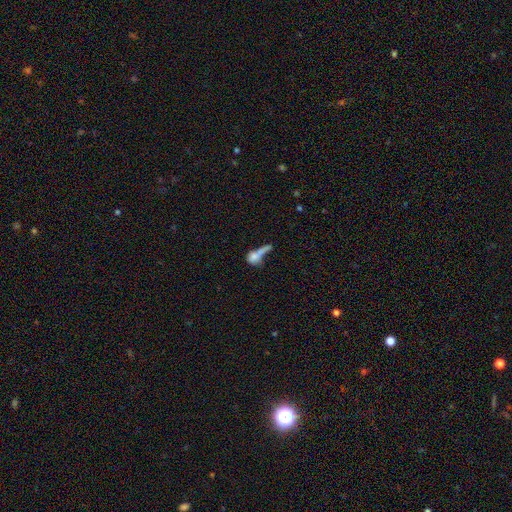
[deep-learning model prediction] Smooth or featured: smooth — 64% (featured or disk — 25%)
How rounded: in between — 45% (round — 37%)
Merging: merger — 41% (major disturbance — 26%)